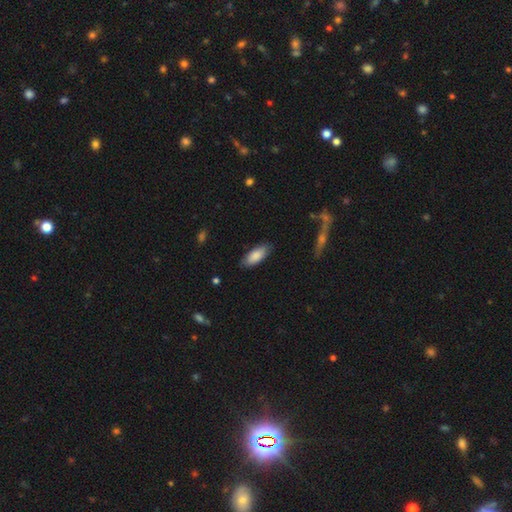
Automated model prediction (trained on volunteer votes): Smooth or featured?
  - smooth: 86% *
  - featured or disk: 8%
  - star or artifact: 6%
How rounded?
  - in between: 81% *
  - cigar-shaped: 18%
  - round: 2%
Merging?
  - none: 83% *
  - minor disturbance: 13%
  - major disturbance: 2%
  - merger: 1%